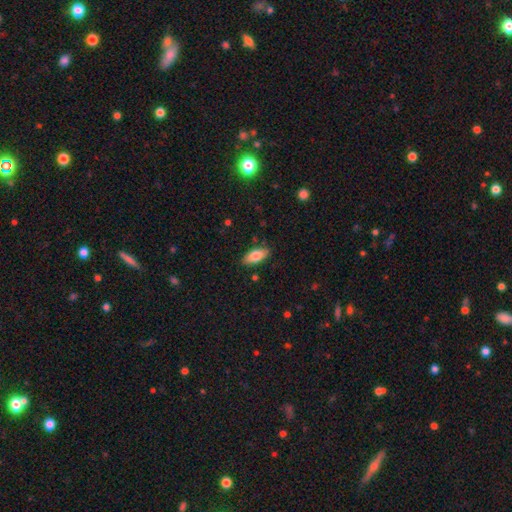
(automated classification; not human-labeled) Overall: smooth (78%). How rounded: in between (84%). Merging: none (85%).